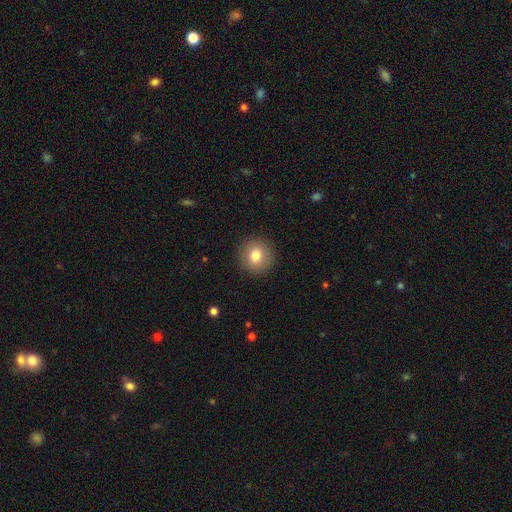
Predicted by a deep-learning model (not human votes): smooth 79%, featured or disk 11%, star or artifact 10%. Down the decision tree: how rounded — round (92%); merging — none (91%).